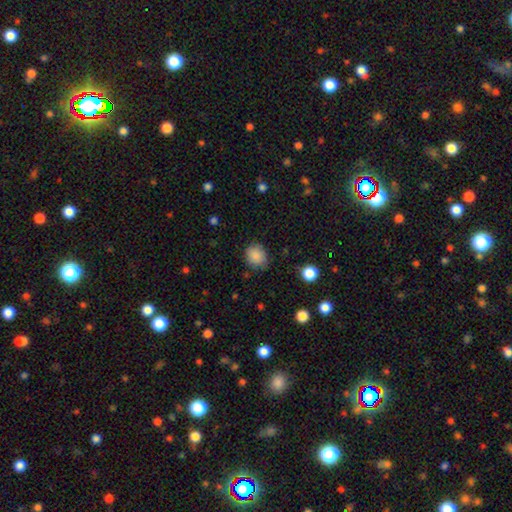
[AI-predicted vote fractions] A smooth galaxy with no disk features (86%) that is round (72%).

Vote fractions:
- Smooth or featured? smooth: 86% / star or artifact: 9% / featured or disk: 5%
- How rounded? round: 72% / in between: 28% / cigar-shaped: 1%
- Merging? none: 78% / minor disturbance: 17% / major disturbance: 4% / merger: 2%